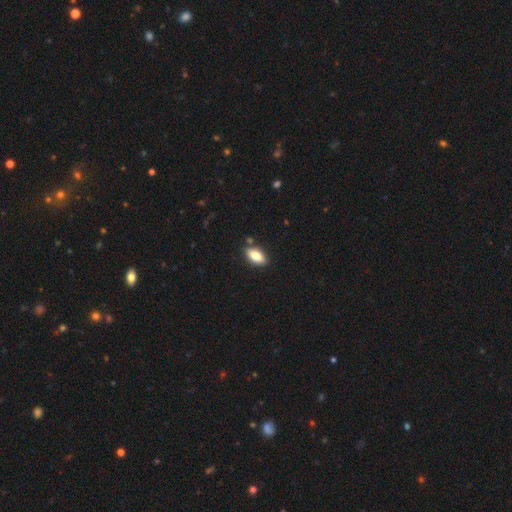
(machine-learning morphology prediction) Smooth or featured?
  - smooth: 81% *
  - featured or disk: 12%
  - star or artifact: 7%
How rounded?
  - in between: 90% *
  - cigar-shaped: 7%
  - round: 3%
Merging?
  - none: 84% *
  - minor disturbance: 11%
  - merger: 3%
  - major disturbance: 2%